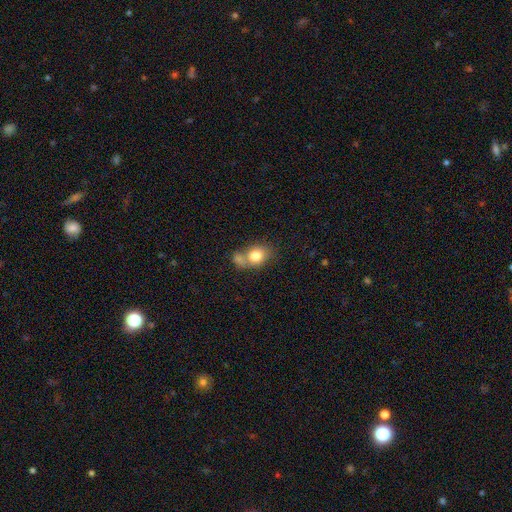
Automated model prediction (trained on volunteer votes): Q: Smooth or featured?
A: smooth (79%); runner-up: featured or disk (12%)
Q: How rounded?
A: round (51%); runner-up: in between (47%)
Q: Merging?
A: merger (44%); runner-up: none (39%)